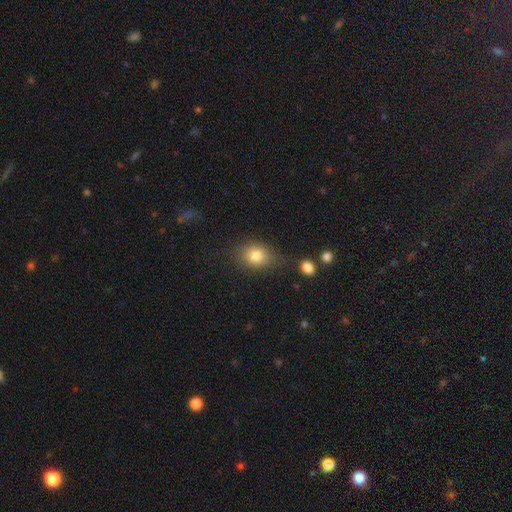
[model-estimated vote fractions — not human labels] smooth-or-featured: smooth: 80% | star or artifact: 10% | featured or disk: 9%
  how-rounded: in between: 51% | round: 48% | cigar-shaped: 2%
  merging: none: 65% | minor disturbance: 21% | major disturbance: 8% | merger: 6%